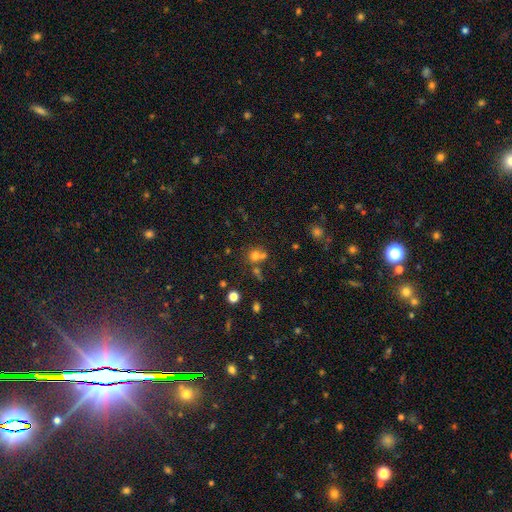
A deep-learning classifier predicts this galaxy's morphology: Q: Smooth or featured?
A: smooth (69%); runner-up: star or artifact (19%)
Q: How rounded?
A: round (77%); runner-up: in between (22%)
Q: Merging?
A: none (45%); runner-up: merger (39%)